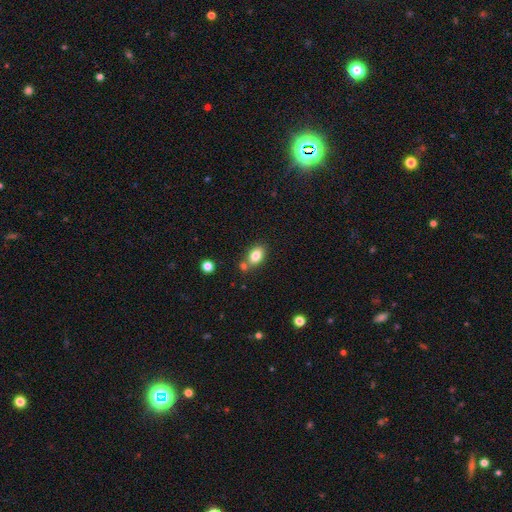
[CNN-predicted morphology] smooth-or-featured: smooth: 82% | star or artifact: 10% | featured or disk: 9%
  how-rounded: in between: 83% | round: 15% | cigar-shaped: 2%
  merging: none: 65% | merger: 20% | minor disturbance: 13% | major disturbance: 3%